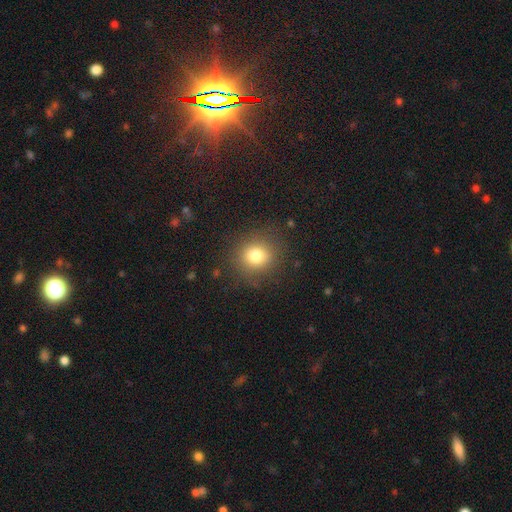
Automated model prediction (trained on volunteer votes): A smooth galaxy with no disk features (78%) that is round (84%). Merging: none (85%).